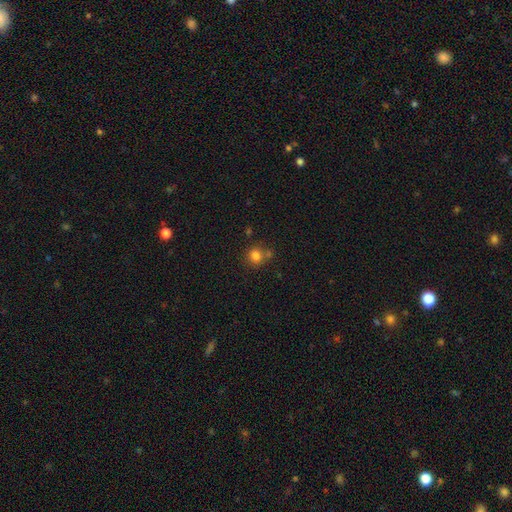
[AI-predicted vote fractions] smooth-or-featured: smooth: 81% | star or artifact: 13% | featured or disk: 7%
  how-rounded: round: 79% | in between: 20% | cigar-shaped: 1%
  merging: none: 64% | merger: 19% | minor disturbance: 12% | major disturbance: 4%